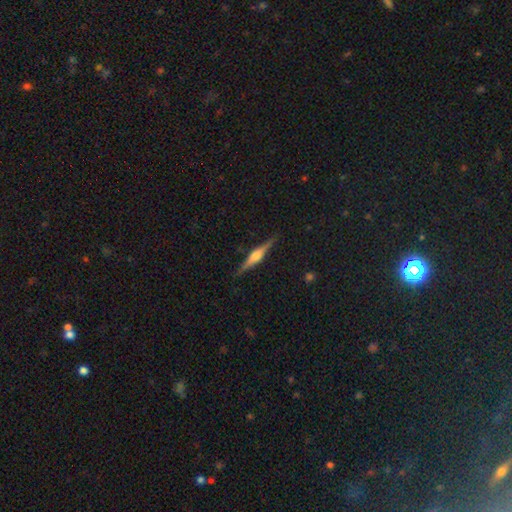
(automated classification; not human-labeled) A featured or disk galaxy (78%) viewed edge-on (98%) with a rounded central bulge (84%).

Vote fractions:
- Smooth or featured? featured or disk: 78% / smooth: 16% / star or artifact: 6%
- Edge-on disk? yes: 98% / no: 2%
- Edge-on bulge? rounded: 84% / boxy: 13% / none: 3%
- Merging? none: 89% / minor disturbance: 8% / major disturbance: 2% / merger: 1%